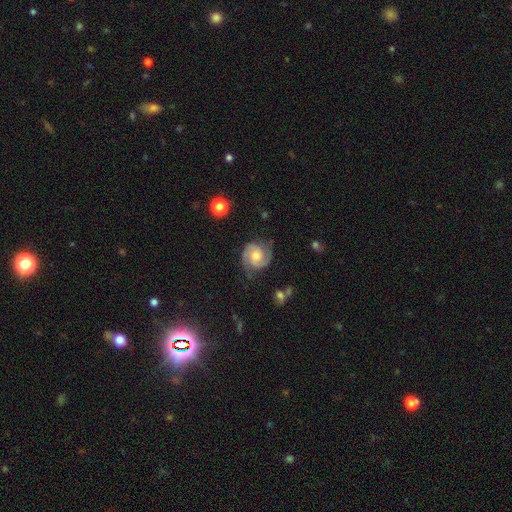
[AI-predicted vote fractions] featured or disk 85%, smooth 9%, star or artifact 6%. Down the decision tree: edge-on disk — no (98%); bar — no (64%); spiral arms — yes (97%); spiral arm count — 2 (91%); spiral winding — medium (45%, tied with tight); bulge size — moderate (56%); merging — none (76%).